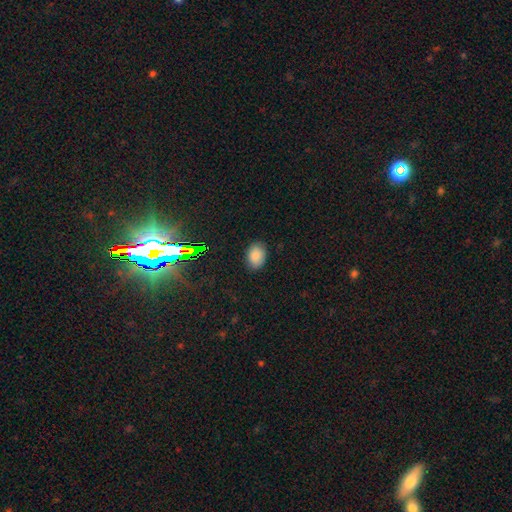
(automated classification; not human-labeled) smooth 84%, star or artifact 11%, featured or disk 5%. Down the decision tree: how rounded — in between (75%); merging — none (86%).